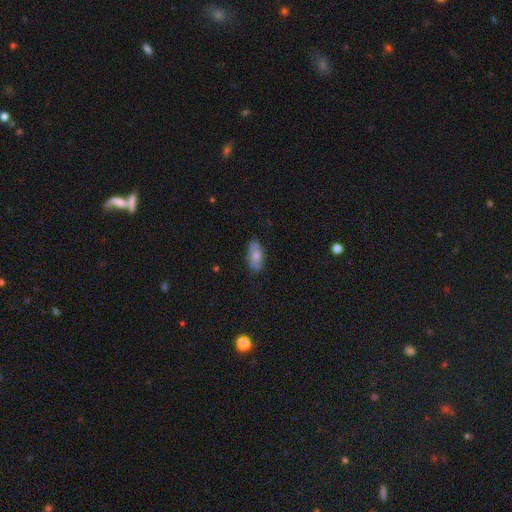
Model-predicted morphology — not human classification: Smooth or featured? smooth (68%)
How rounded? in between (86%)
Merging? none (78%)